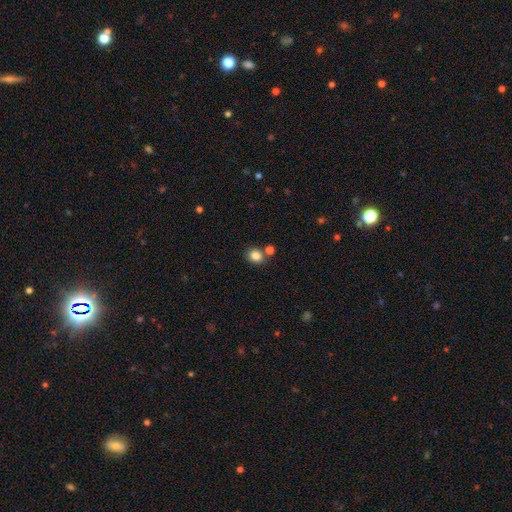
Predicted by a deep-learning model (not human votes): A smooth galaxy with no disk features (84%) that is round (65%).

Vote fractions:
- Smooth or featured? smooth: 84% / star or artifact: 11% / featured or disk: 5%
- How rounded? round: 65% / in between: 34% / cigar-shaped: 1%
- Merging? none: 70% / merger: 16% / minor disturbance: 10% / major disturbance: 3%